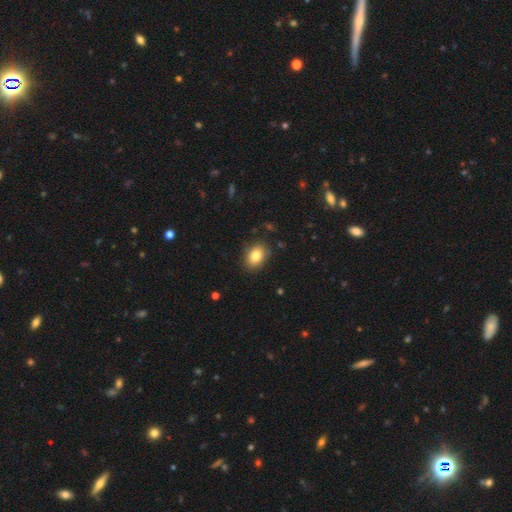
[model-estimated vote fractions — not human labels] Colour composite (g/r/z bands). It shows a smooth galaxy with no disk features (84%) that is in between round and cigar-shaped (75%). Merging: none (85%).